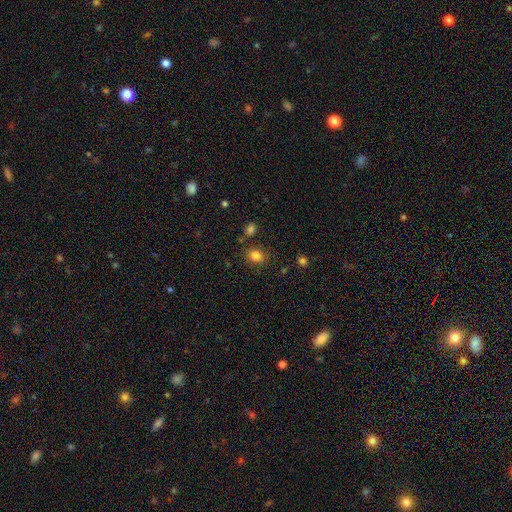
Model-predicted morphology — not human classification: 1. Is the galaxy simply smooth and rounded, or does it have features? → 82% smooth, 12% star or artifact, 6% featured or disk.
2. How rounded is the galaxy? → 55% in between, 44% round, 1% cigar-shaped.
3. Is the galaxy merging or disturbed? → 79% none, 12% minor disturbance, 5% merger, 4% major disturbance.